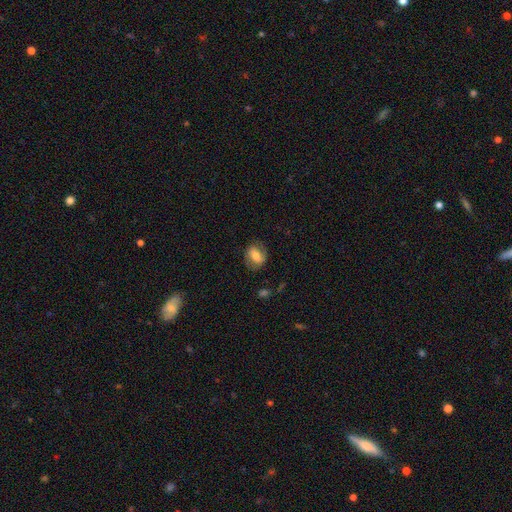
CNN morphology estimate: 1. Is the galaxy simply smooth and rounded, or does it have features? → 50% smooth, 42% featured or disk, 8% star or artifact.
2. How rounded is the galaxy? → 65% in between, 33% round, 2% cigar-shaped.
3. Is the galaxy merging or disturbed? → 74% none, 17% minor disturbance, 7% major disturbance, 1% merger.